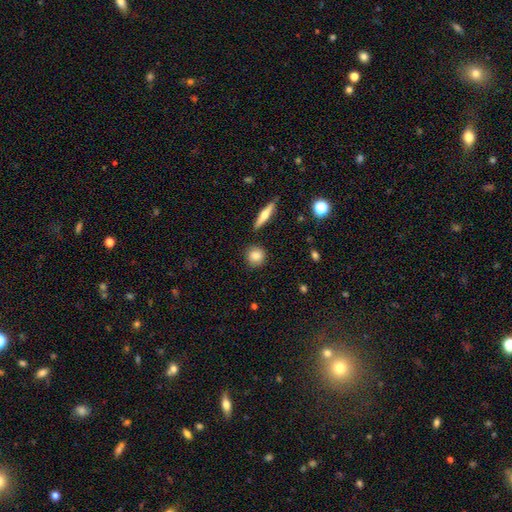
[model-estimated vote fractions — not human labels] A smooth galaxy with no disk features (81%) that is round (85%). Merging: none (87%).